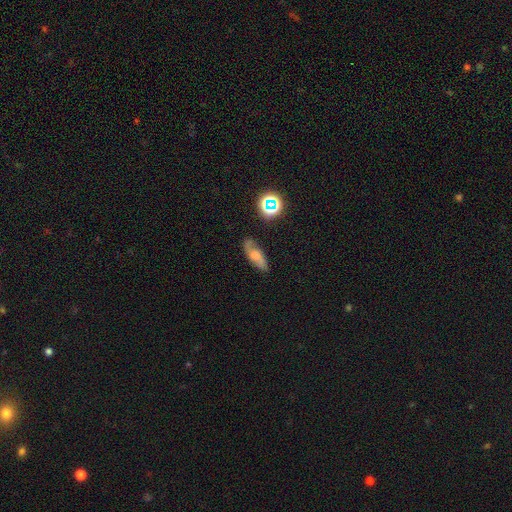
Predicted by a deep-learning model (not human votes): A featured or disk galaxy (47%).

Vote fractions:
- Smooth or featured? featured or disk: 47% / smooth: 40% / star or artifact: 12%
- Merging? none: 69% / minor disturbance: 21% / major disturbance: 7% / merger: 3%